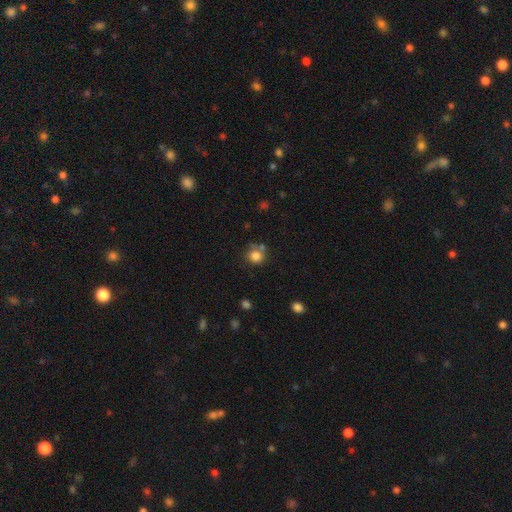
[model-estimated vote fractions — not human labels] Overall: smooth (83%). How rounded: round (86%). Merging: none (60%).